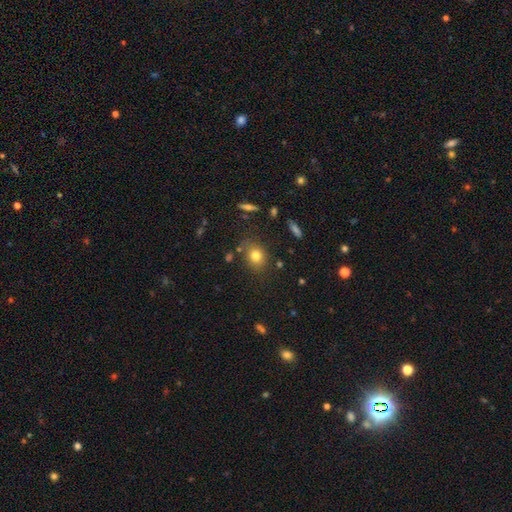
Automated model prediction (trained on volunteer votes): smooth 77%, star or artifact 13%, featured or disk 10%. Down the decision tree: how rounded — round (56%); merging — none (78%).